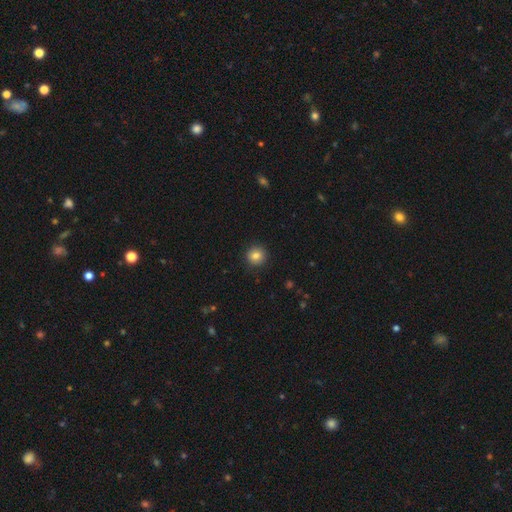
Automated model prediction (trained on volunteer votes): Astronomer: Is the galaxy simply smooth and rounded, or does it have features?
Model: smooth — 83%.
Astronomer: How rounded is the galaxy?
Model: round — 94%.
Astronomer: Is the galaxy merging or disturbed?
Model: none — 91%.